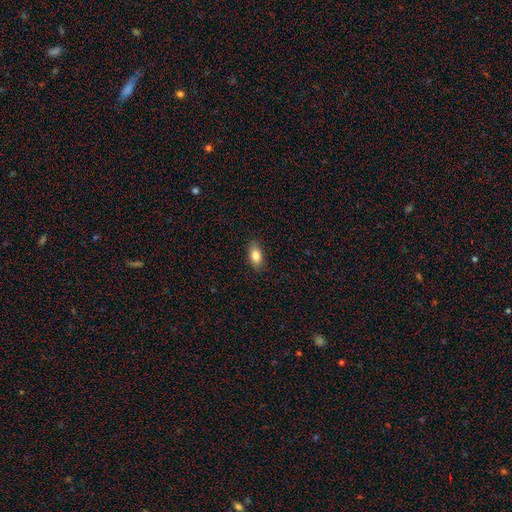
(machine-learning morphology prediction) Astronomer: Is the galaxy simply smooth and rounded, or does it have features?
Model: smooth — 84%.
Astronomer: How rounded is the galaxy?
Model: in between — 88%.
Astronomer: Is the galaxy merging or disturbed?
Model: none — 86%.